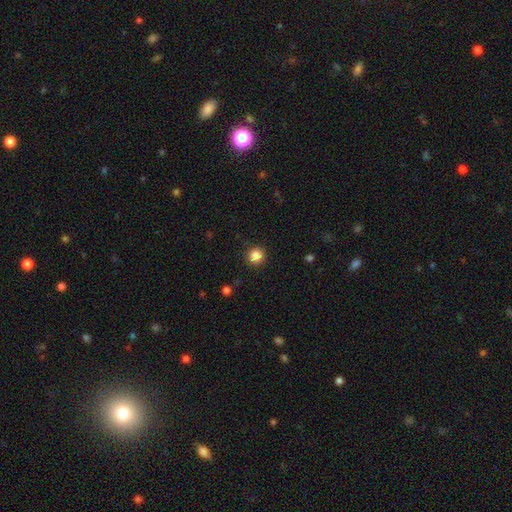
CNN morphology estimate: smooth_or_featured: smooth (p=0.84) [alt: star or artifact p=0.12]
how_rounded: round (p=0.91) [alt: in between p=0.08]
merging: none (p=0.88) [alt: minor disturbance p=0.08]